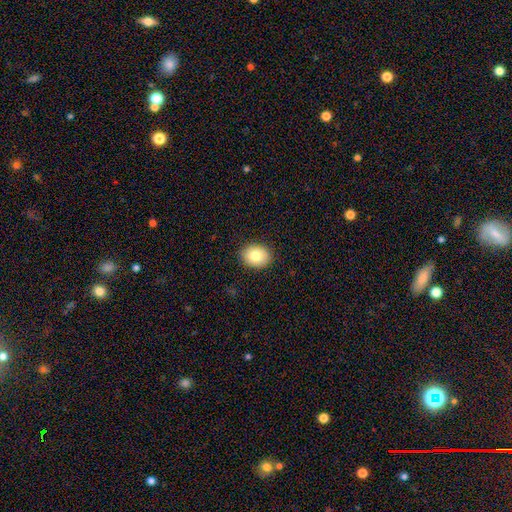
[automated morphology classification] smooth-or-featured: smooth: 81% | featured or disk: 11% | star or artifact: 8%
  how-rounded: in between: 53% | round: 46% | cigar-shaped: 1%
  merging: none: 90% | minor disturbance: 8% | major disturbance: 2% | merger: 1%